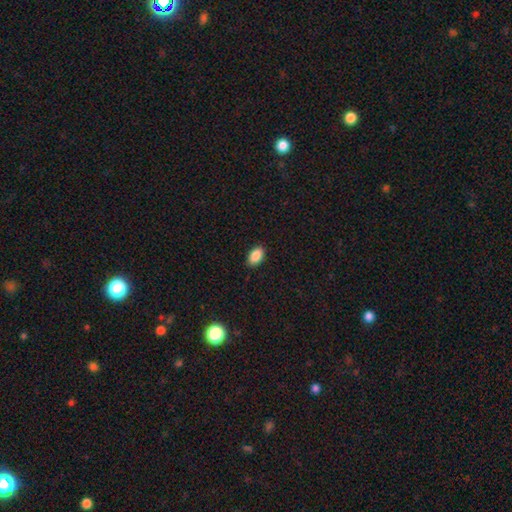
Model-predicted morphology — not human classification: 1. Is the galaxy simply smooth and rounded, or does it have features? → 88% smooth, 8% star or artifact, 4% featured or disk.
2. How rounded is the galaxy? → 93% in between, 5% round, 2% cigar-shaped.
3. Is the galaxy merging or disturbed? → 89% none, 8% minor disturbance, 2% major disturbance, 1% merger.